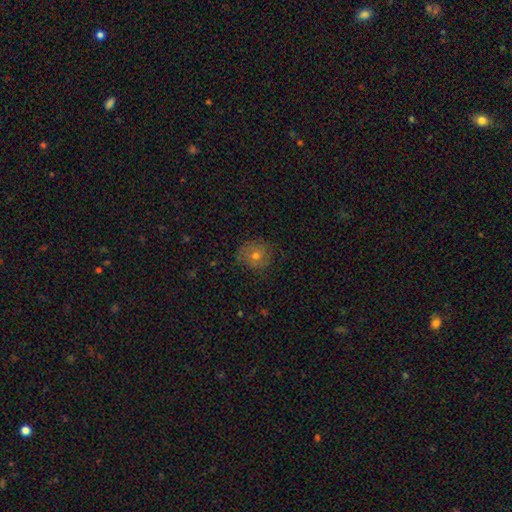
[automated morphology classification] Smooth or featured: smooth — 56% (featured or disk — 28%)
How rounded: round — 85% (in between — 14%)
Merging: none — 74% (minor disturbance — 18%)